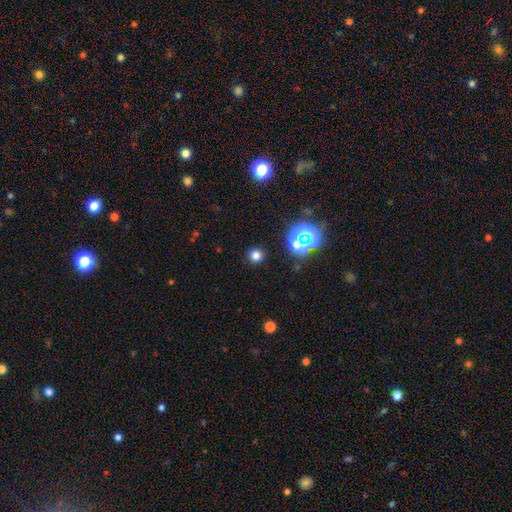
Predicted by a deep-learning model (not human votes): smooth_or_featured: smooth (p=0.72) [alt: star or artifact p=0.22]
how_rounded: round (p=0.93) [alt: in between p=0.06]
merging: none (p=0.90) [alt: minor disturbance p=0.05]